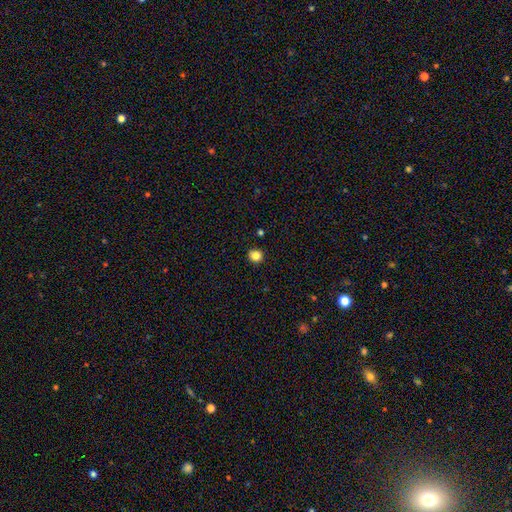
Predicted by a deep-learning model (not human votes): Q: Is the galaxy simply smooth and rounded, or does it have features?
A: smooth — 84%.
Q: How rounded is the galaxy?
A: round — 88%.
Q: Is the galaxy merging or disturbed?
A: none — 91%.